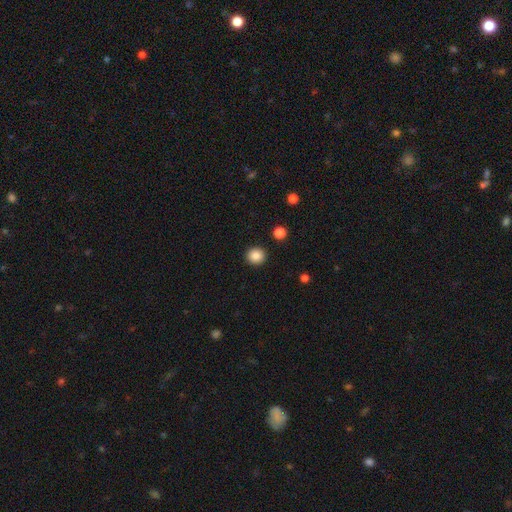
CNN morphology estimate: The model was most divided on "smooth or featured": smooth: 87%, star or artifact: 10%, featured or disk: 3%. More confident: merging — none (92%); how rounded — round (90%).